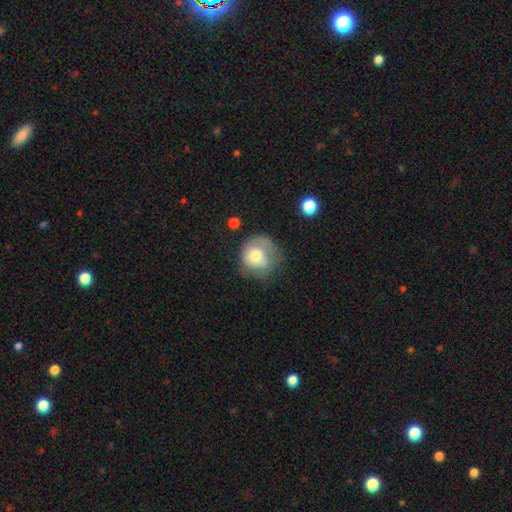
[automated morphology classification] This is likely a smooth galaxy (65%). How rounded: likely round (80%). Merging: marginally none (44%).